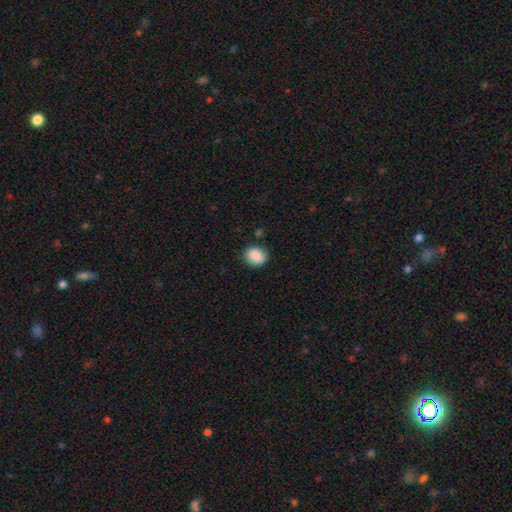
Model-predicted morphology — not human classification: Q: Smooth or featured?
A: smooth (87%); runner-up: star or artifact (8%)
Q: How rounded?
A: round (69%); runner-up: in between (30%)
Q: Merging?
A: none (82%); runner-up: minor disturbance (13%)